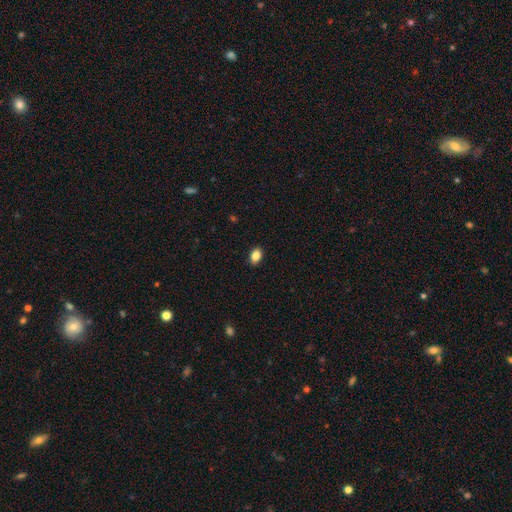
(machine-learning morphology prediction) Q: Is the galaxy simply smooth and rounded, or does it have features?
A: smooth — 87%.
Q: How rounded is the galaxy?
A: in between — 84%.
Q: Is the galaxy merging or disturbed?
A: none — 90%.